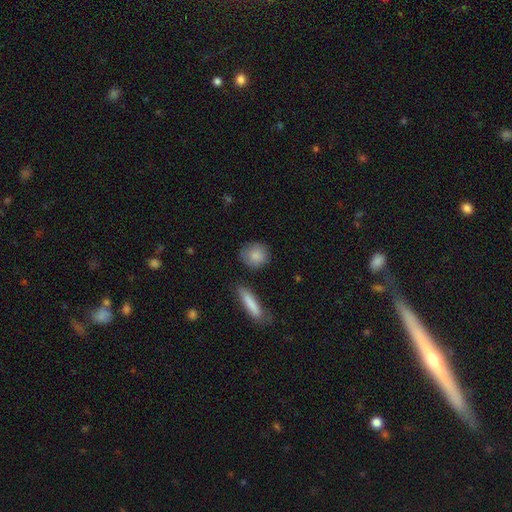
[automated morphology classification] smooth-or-featured: smooth: 85% | featured or disk: 9% | star or artifact: 7%
  how-rounded: round: 75% | in between: 21% | cigar-shaped: 4%
  merging: none: 78% | minor disturbance: 14% | major disturbance: 4% | merger: 4%